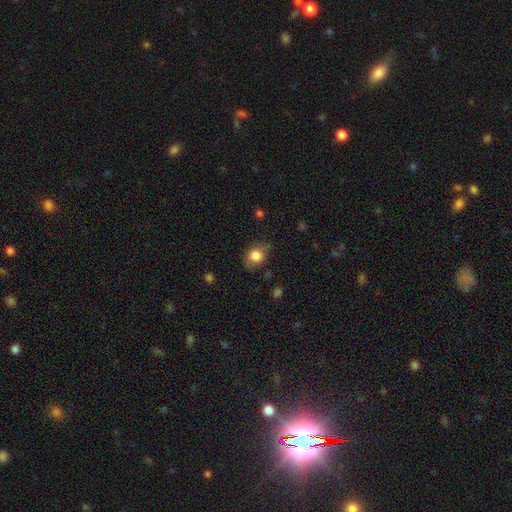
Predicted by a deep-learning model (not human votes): smooth-or-featured: smooth: 81% | featured or disk: 10% | star or artifact: 9%
  how-rounded: round: 56% | in between: 43% | cigar-shaped: 1%
  merging: none: 70% | minor disturbance: 22% | major disturbance: 6% | merger: 2%